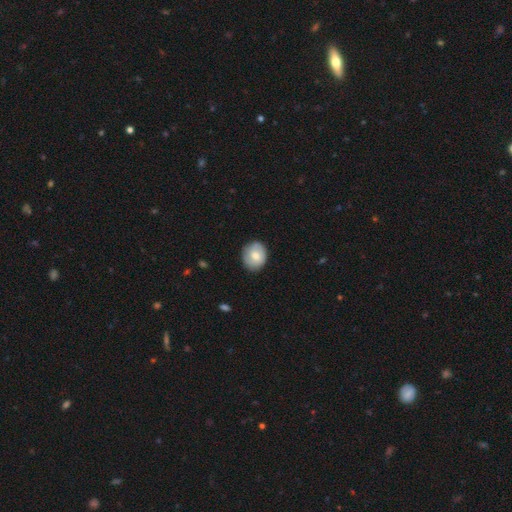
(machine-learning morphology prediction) Smooth or featured: smooth — 70% (featured or disk — 23%)
How rounded: round — 61% (in between — 38%)
Merging: none — 82% (minor disturbance — 14%)